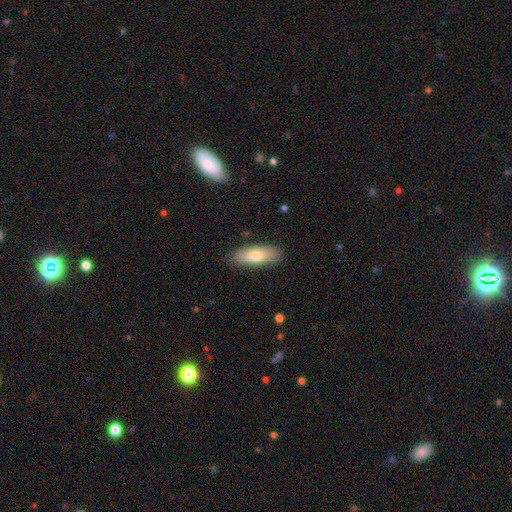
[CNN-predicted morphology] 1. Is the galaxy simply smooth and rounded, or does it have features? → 73% smooth, 20% featured or disk, 6% star or artifact.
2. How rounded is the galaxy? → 71% in between, 26% cigar-shaped, 2% round.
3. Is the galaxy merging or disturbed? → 86% none, 11% minor disturbance, 2% major disturbance, 1% merger.